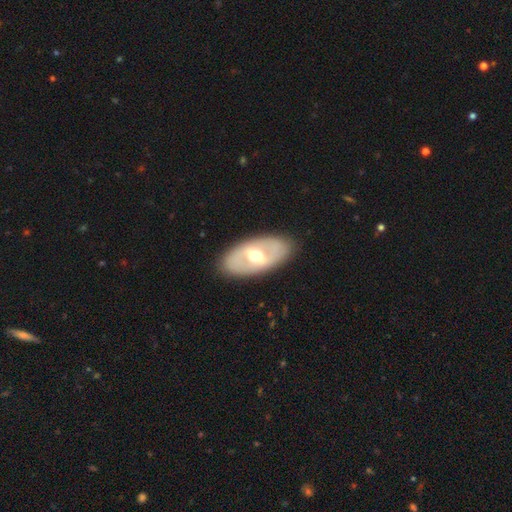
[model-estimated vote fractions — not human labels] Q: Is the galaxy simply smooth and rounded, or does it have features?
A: featured or disk — 60%.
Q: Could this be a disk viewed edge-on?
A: no — 86%.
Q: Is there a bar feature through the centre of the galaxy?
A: weak — 37%.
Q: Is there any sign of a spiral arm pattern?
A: no — 76%.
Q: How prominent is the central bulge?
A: moderate — 69%.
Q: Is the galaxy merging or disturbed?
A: none — 85%.